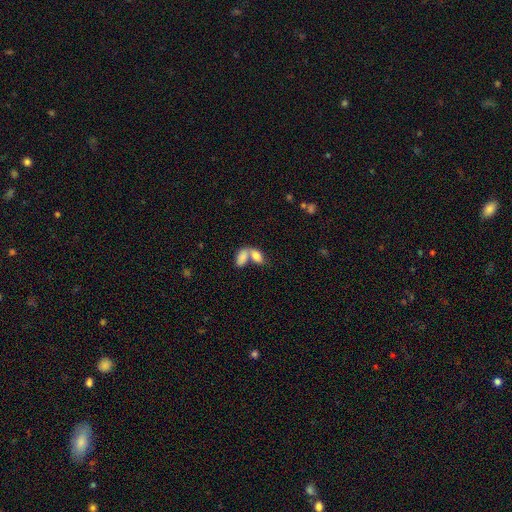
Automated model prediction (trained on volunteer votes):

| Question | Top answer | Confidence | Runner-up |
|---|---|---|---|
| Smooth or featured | smooth | 82% | featured or disk (11%) |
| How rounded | in between | 91% | round (4%) |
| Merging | merger | 64% | none (24%) |